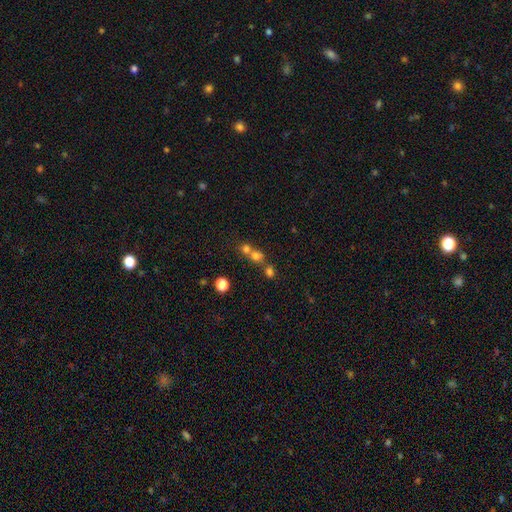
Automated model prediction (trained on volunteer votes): Morphology: type=smooth (68%); roundness=round (79%); merging=merger (54%).